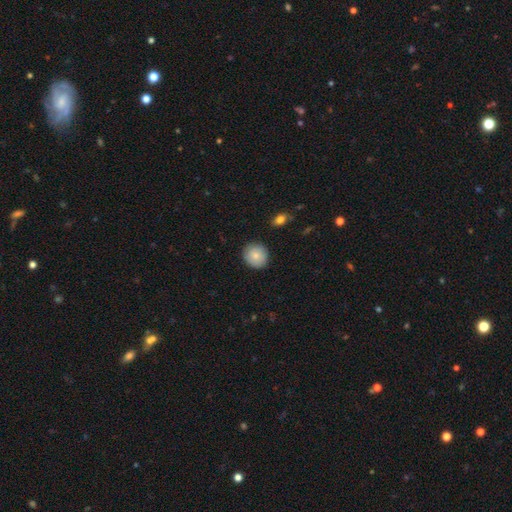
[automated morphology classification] A smooth galaxy with no disk features (81%) that is round (86%). Merging: none (87%).